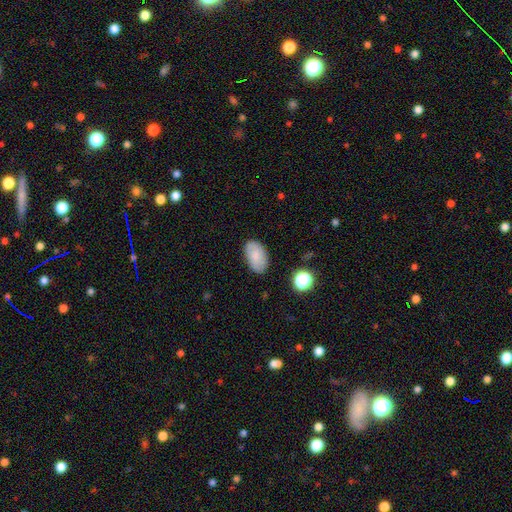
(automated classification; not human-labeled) The model was most divided on "smooth or featured": smooth: 76%, featured or disk: 16%, star or artifact: 8%. More confident: how rounded — in between (92%); merging — none (81%).